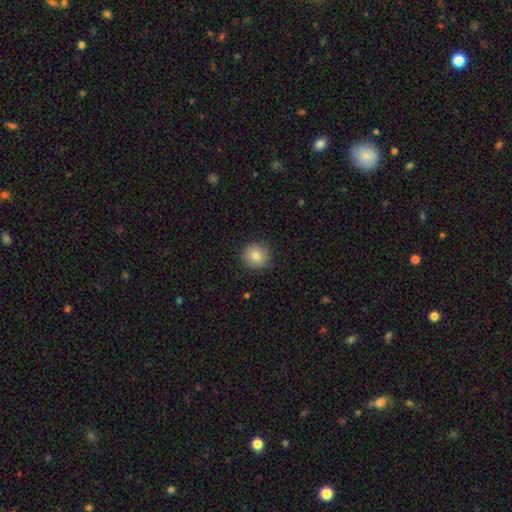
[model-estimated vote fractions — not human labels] smooth_or_featured: smooth (p=0.84) [alt: star or artifact p=0.09]
how_rounded: round (p=0.93) [alt: in between p=0.06]
merging: none (p=0.90) [alt: minor disturbance p=0.07]